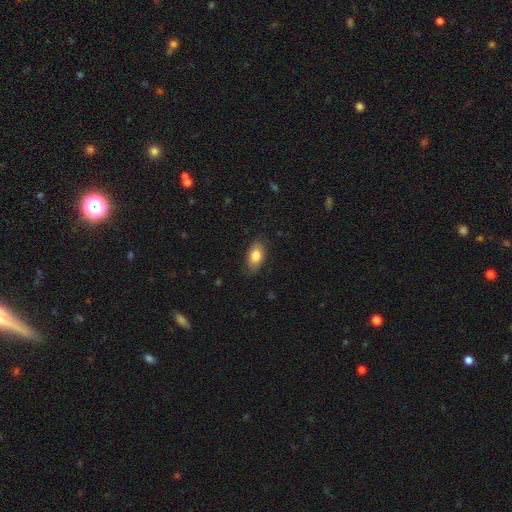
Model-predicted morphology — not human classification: Smooth or featured?
  - smooth: 83% *
  - featured or disk: 11%
  - star or artifact: 7%
How rounded?
  - in between: 91% *
  - round: 5%
  - cigar-shaped: 4%
Merging?
  - none: 83% *
  - minor disturbance: 13%
  - major disturbance: 3%
  - merger: 1%